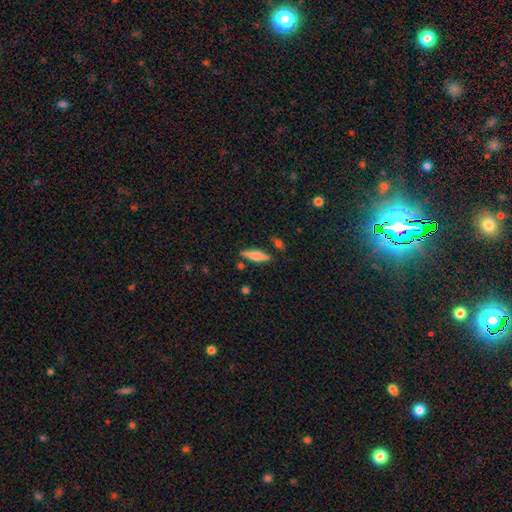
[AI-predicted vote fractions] This appears to be a smooth galaxy with no disk features (54%) that is cigar-shaped (59%). Merging: none (80%).